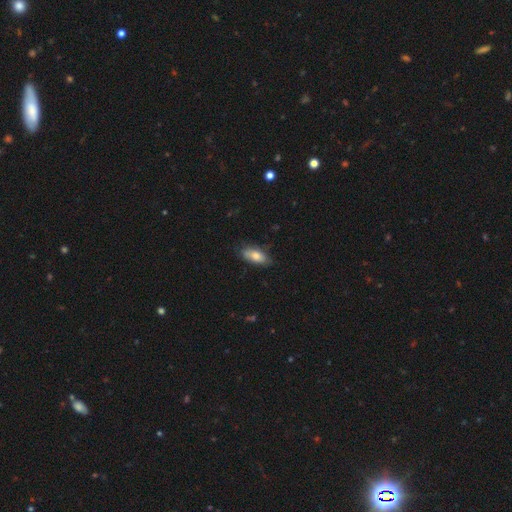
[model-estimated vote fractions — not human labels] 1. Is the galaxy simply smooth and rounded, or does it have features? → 77% smooth, 17% featured or disk, 7% star or artifact.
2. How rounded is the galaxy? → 86% in between, 12% cigar-shaped, 3% round.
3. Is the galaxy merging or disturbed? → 76% none, 19% minor disturbance, 4% major disturbance, 1% merger.